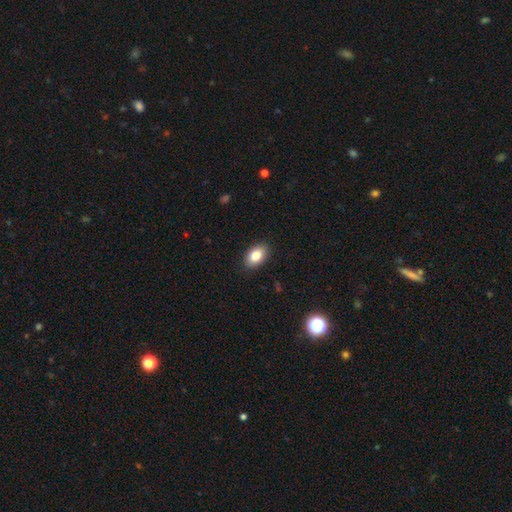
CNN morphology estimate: Smooth or featured? Predicted: smooth (p=0.85). How rounded? Predicted: in between (p=0.90). Merging? Predicted: none (p=0.88).